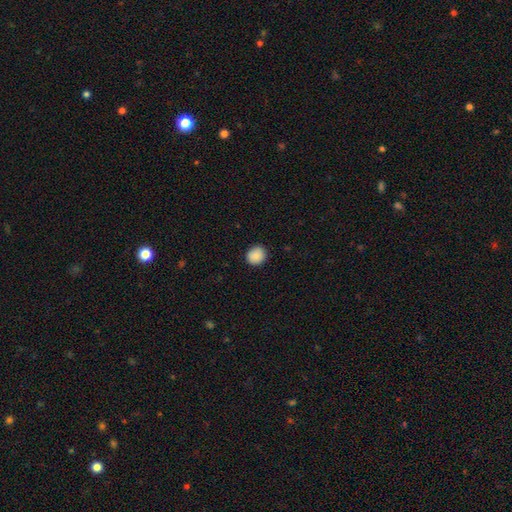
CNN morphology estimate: Overall: smooth (89%). How rounded: round (85%). Merging: none (90%).